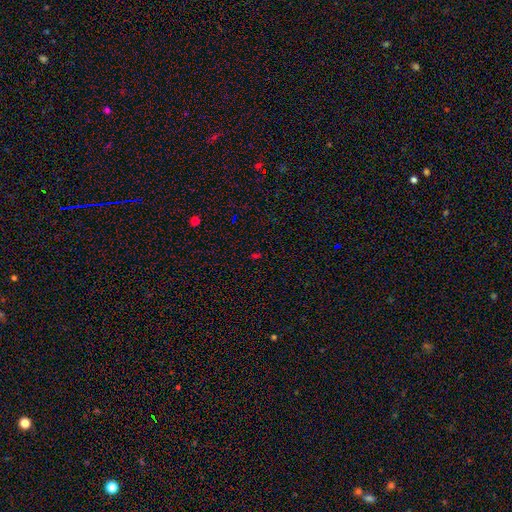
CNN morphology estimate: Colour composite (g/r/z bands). It shows a star or artifact, not a galaxy (58%).